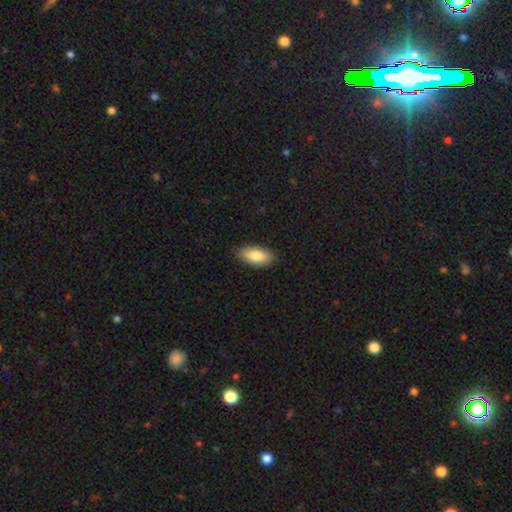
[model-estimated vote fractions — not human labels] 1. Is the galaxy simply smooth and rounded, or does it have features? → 82% smooth, 12% featured or disk, 6% star or artifact.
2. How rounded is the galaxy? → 87% in between, 10% cigar-shaped, 2% round.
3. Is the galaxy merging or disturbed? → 88% none, 9% minor disturbance, 2% major disturbance, 1% merger.